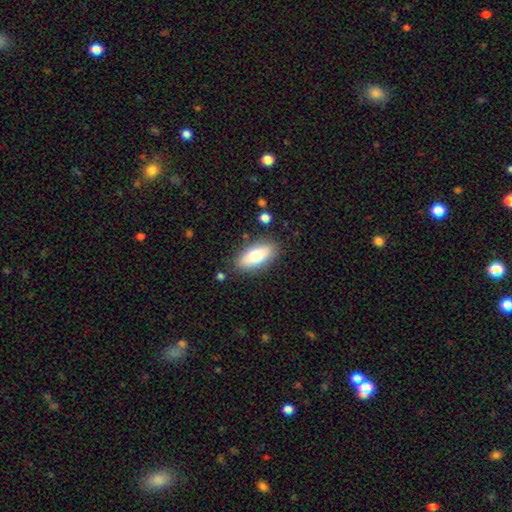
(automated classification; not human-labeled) The model was most divided on "smooth or featured": smooth: 73%, featured or disk: 20%, star or artifact: 7%. More confident: merging — none (84%); how rounded — in between (83%).